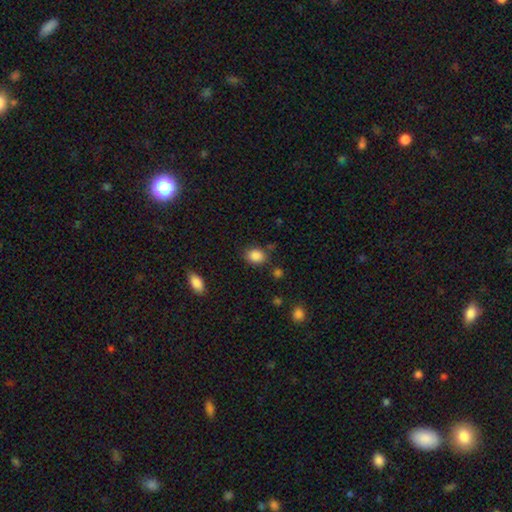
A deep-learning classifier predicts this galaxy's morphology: smooth_or_featured: smooth (p=0.87) [alt: star or artifact p=0.09]
how_rounded: in between (p=0.50) [alt: round p=0.49]
merging: none (p=0.79) [alt: minor disturbance p=0.14]